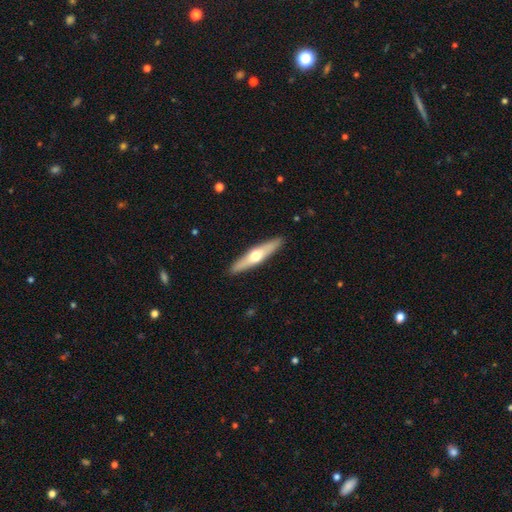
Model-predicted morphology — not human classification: Q: Smooth or featured?
A: featured or disk (53%); runner-up: smooth (42%)
Q: Edge-on disk?
A: yes (91%); runner-up: no (9%)
Q: Merging?
A: none (91%); runner-up: minor disturbance (7%)